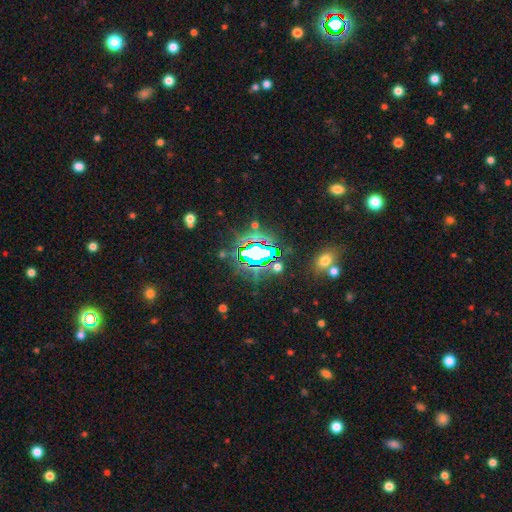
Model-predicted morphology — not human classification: This is likely a star or artifact rather than a galaxy (70%).